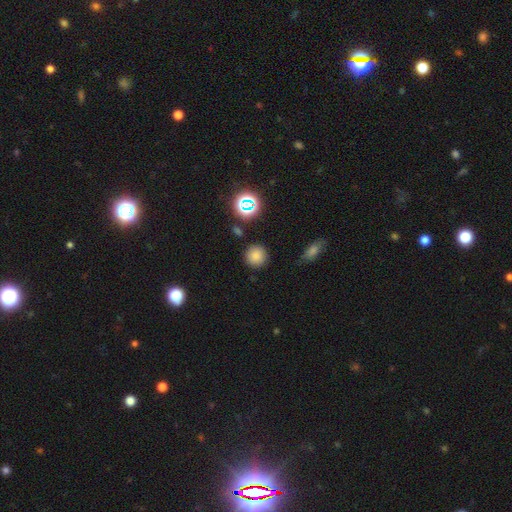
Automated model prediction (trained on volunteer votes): A smooth galaxy with no disk features (79%) that is round (93%). Merging: none (87%).